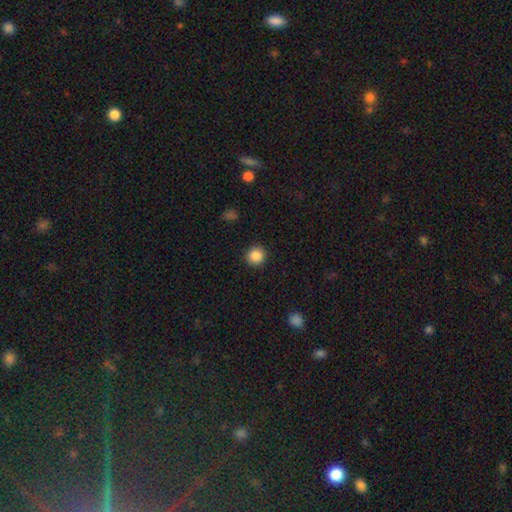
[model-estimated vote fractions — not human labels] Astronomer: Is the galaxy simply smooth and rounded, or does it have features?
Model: smooth — 87%.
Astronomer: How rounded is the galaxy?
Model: round — 93%.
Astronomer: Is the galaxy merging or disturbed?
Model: none — 91%.